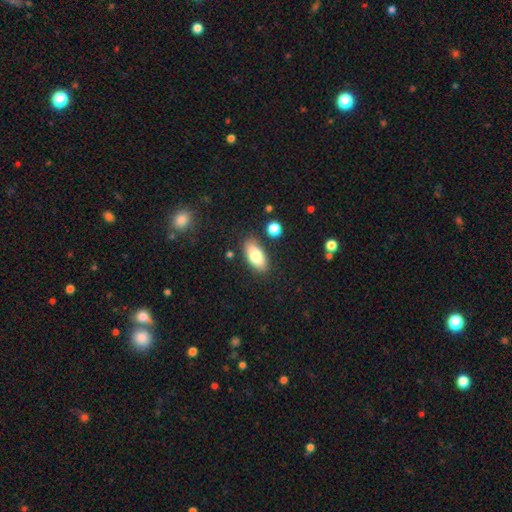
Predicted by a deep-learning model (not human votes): Smooth or featured? Predicted: smooth (p=0.77). How rounded? Predicted: in between (p=0.88). Merging? Predicted: none (p=0.83).